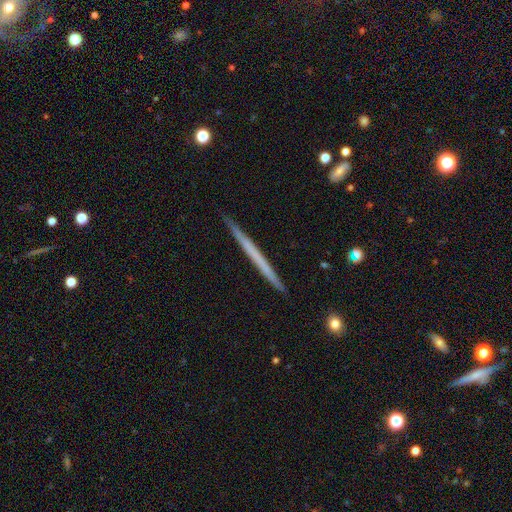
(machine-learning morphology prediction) This is possibly a featured or disk galaxy (52%). It is clearly viewed edge-on (97%). Edge-on bulge: clearly none (94%). Merging: clearly none (91%).